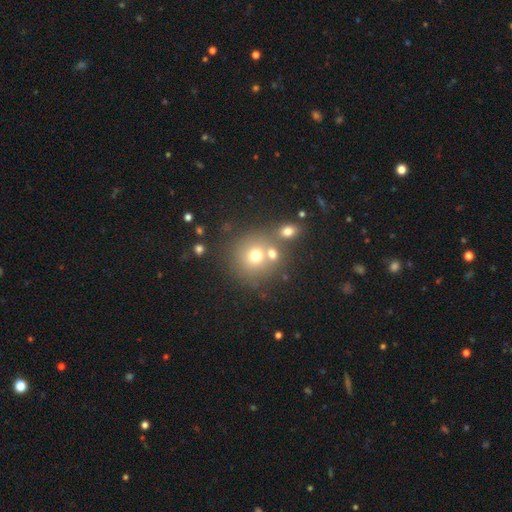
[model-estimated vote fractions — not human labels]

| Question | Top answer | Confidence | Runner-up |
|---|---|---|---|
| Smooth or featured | smooth | 69% | star or artifact (16%) |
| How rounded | round | 87% | in between (12%) |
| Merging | none | 52% | merger (35%) |